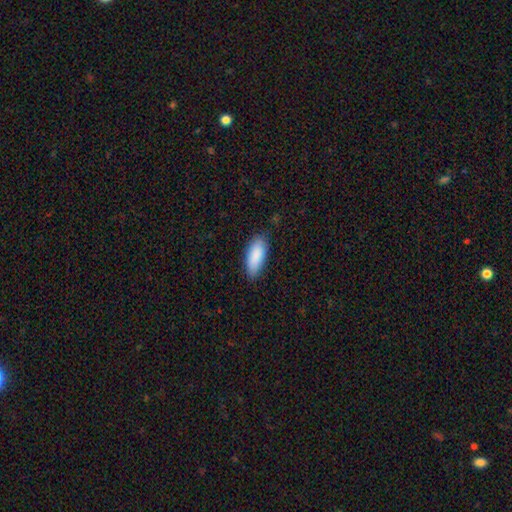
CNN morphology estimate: The model was most divided on "how rounded": in between: 81%, cigar-shaped: 18%, round: 2%. More confident: smooth or featured — smooth (89%); merging — none (83%).